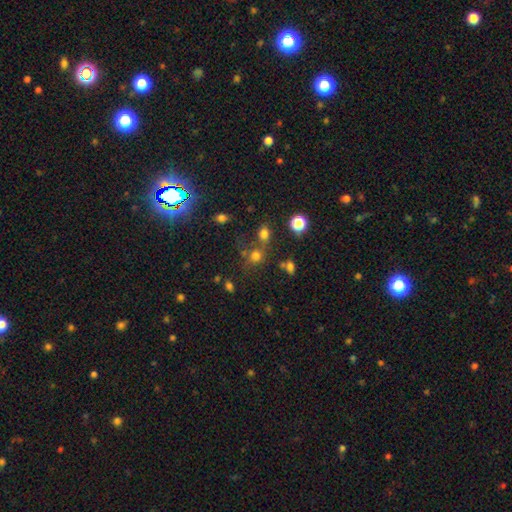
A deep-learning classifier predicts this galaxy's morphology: Q: Smooth or featured?
A: smooth (70%); runner-up: star or artifact (22%)
Q: How rounded?
A: round (80%); runner-up: in between (18%)
Q: Merging?
A: none (56%); runner-up: merger (26%)